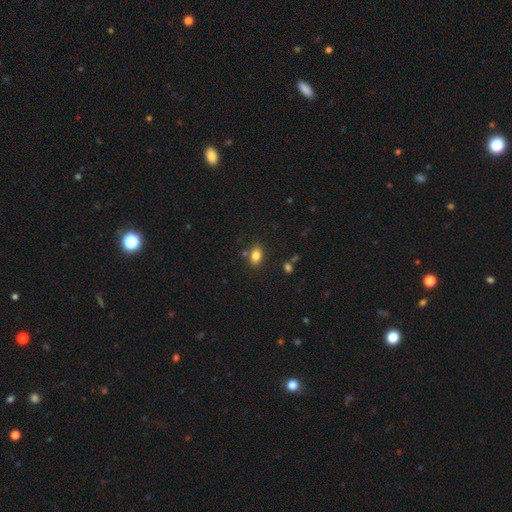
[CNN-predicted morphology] smooth-or-featured: smooth: 81% | star or artifact: 10% | featured or disk: 9%
  how-rounded: in between: 84% | round: 13% | cigar-shaped: 3%
  merging: none: 76% | minor disturbance: 12% | merger: 8% | major disturbance: 3%